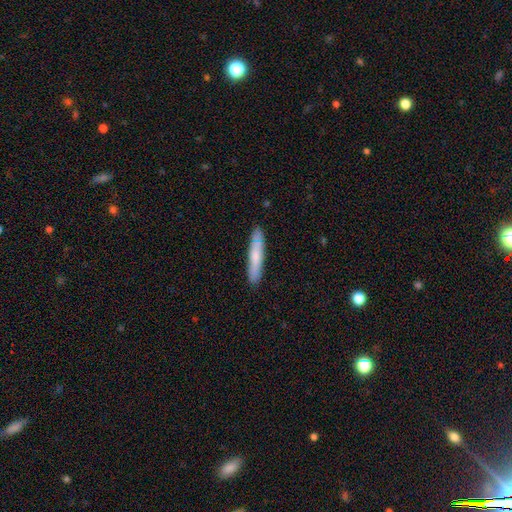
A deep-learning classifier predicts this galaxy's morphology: Smooth or featured: smooth — 68% (featured or disk — 27%)
How rounded: cigar-shaped — 92% (in between — 7%)
Merging: none — 88% (minor disturbance — 9%)